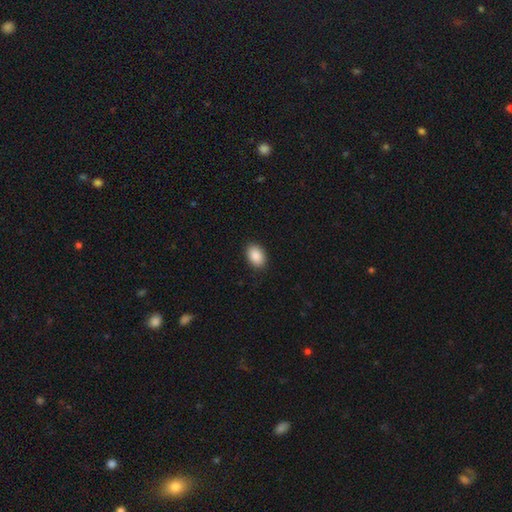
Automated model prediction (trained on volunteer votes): smooth 90%, star or artifact 7%, featured or disk 3%. Down the decision tree: how rounded — in between (87%); merging — none (89%).